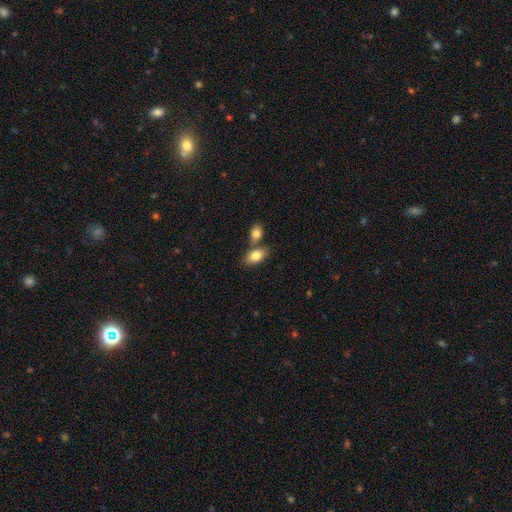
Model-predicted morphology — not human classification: A smooth galaxy with no disk features (82%) that is in between round and cigar-shaped (90%).

Vote fractions:
- Smooth or featured? smooth: 82% / featured or disk: 11% / star or artifact: 7%
- How rounded? in between: 90% / round: 7% / cigar-shaped: 3%
- Merging? none: 52% / merger: 34% / minor disturbance: 11% / major disturbance: 3%